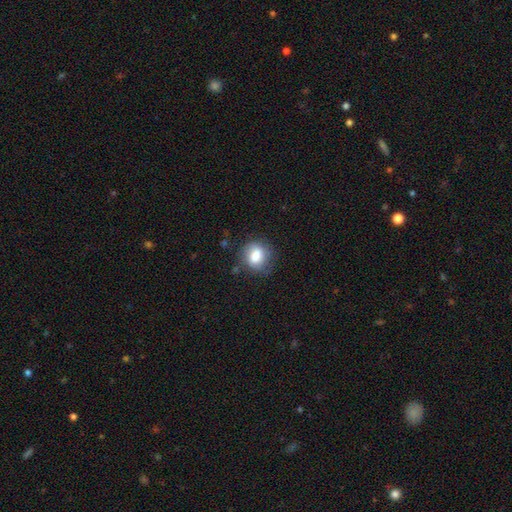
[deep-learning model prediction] This is likely a smooth galaxy (79%). How rounded: likely round (65%). Merging: likely none (72%).